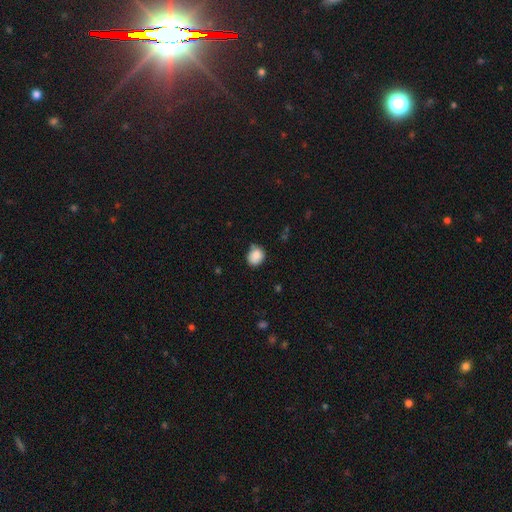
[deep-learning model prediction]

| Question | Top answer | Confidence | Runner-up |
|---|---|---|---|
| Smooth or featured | smooth | 87% | star or artifact (9%) |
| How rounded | round | 65% | in between (34%) |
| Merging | none | 65% | minor disturbance (26%) |